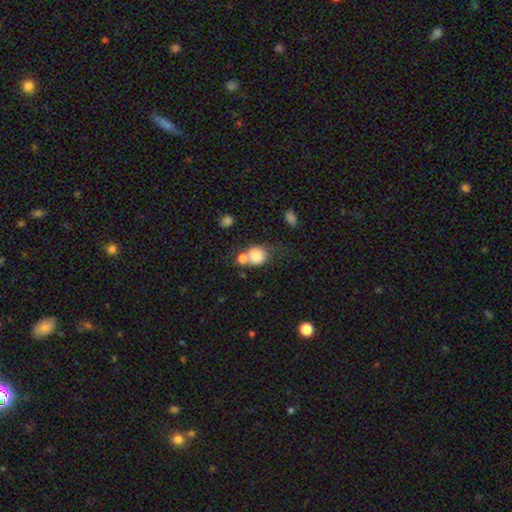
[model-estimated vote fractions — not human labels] Smooth or featured? smooth (79%)
How rounded? round (77%)
Merging? merger (41%)